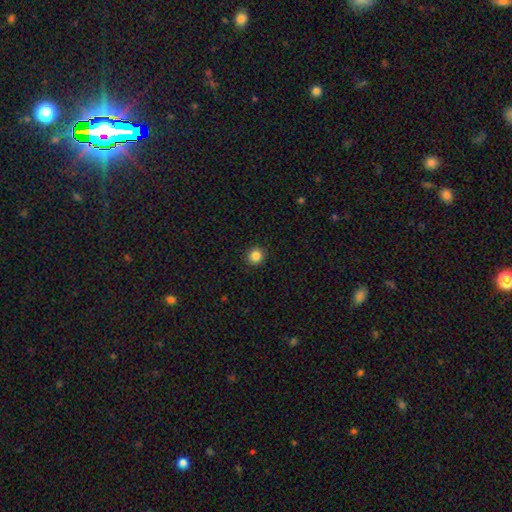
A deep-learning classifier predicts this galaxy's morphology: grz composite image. It shows a smooth galaxy with no disk features (85%) that is round (93%). Merging: none (93%).